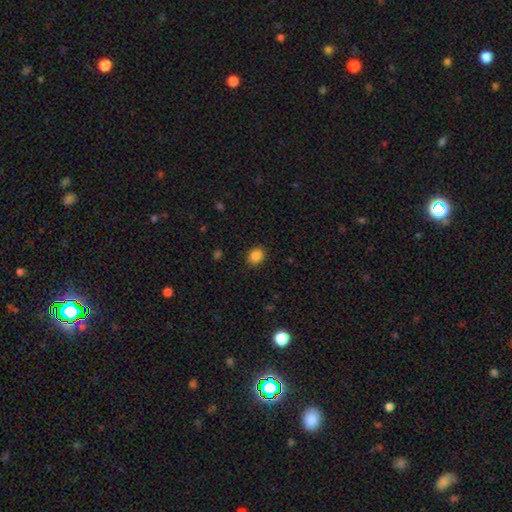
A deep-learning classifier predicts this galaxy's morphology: Smooth or featured? Predicted: smooth (p=0.86). How rounded? Predicted: round (p=0.50). Merging? Predicted: none (p=0.89).